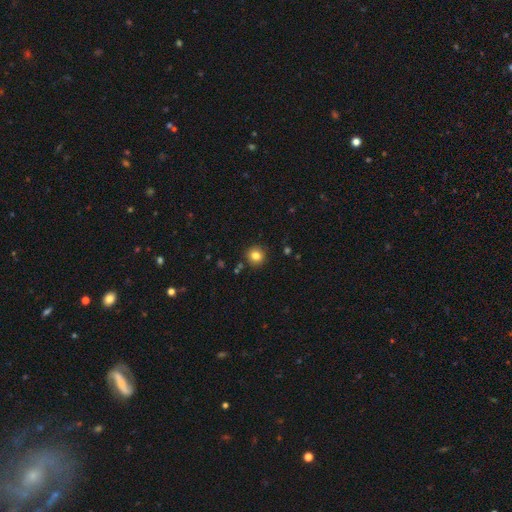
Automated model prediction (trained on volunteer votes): The model was most divided on "smooth or featured": smooth: 82%, star or artifact: 11%, featured or disk: 7%. More confident: how rounded — round (93%); merging — none (89%).